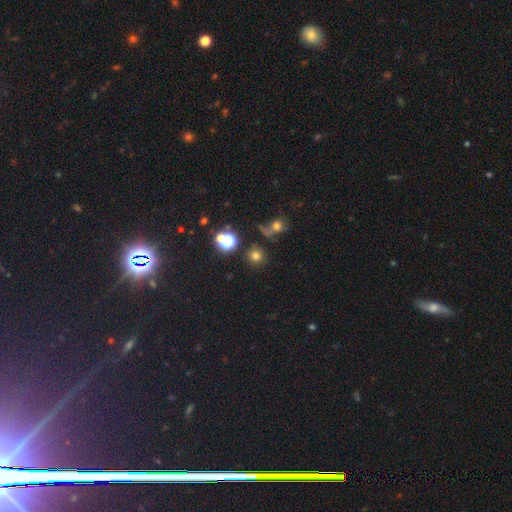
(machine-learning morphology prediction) The model was most divided on "smooth or featured": smooth: 69%, star or artifact: 23%, featured or disk: 7%. More confident: how rounded — round (92%); merging — none (80%).